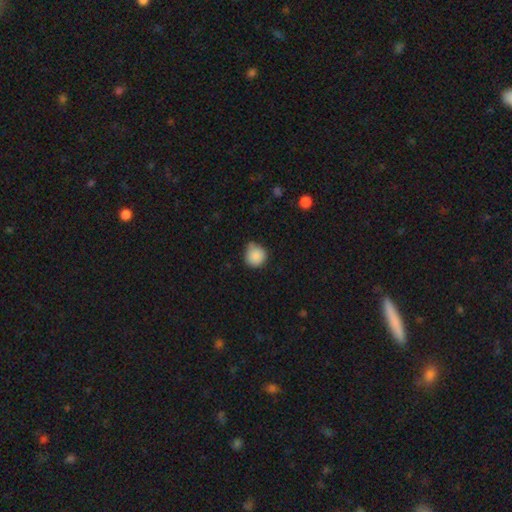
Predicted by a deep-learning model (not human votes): Smooth or featured: smooth — 87% (star or artifact — 9%)
How rounded: round — 89% (in between — 10%)
Merging: none — 58% (minor disturbance — 33%)